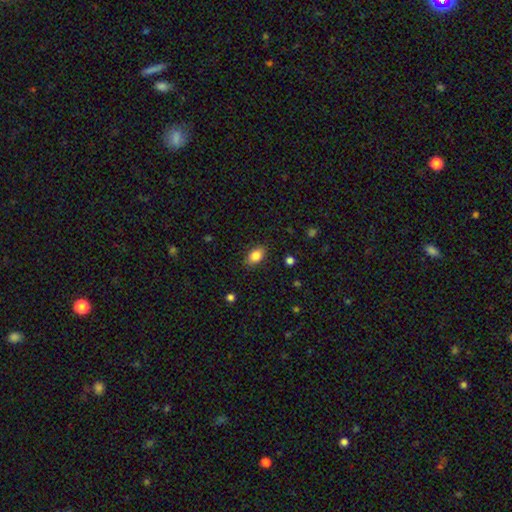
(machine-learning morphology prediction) Smooth or featured? Predicted: smooth (p=0.85). How rounded? Predicted: in between (p=0.84). Merging? Predicted: none (p=0.85).